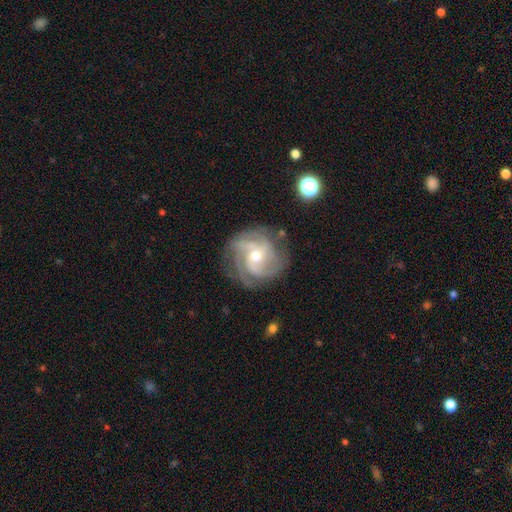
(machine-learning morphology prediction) Smooth or featured: featured or disk — 89% (star or artifact — 6%)
Edge-on disk: no — 98% (yes — 2%)
Bar: no — 58% (weak — 33%)
Spiral arms: yes — 97% (no — 3%)
Spiral winding: tight — 52% (medium — 40%)
Spiral arm count: 3 — 41% (4 — 19%)
Bulge size: moderate — 56% (small — 40%)
Merging: none — 76% (minor disturbance — 16%)